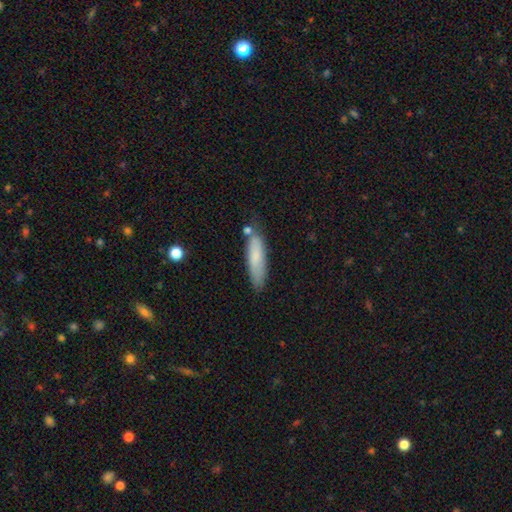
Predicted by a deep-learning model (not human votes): This is likely a smooth galaxy (79%). How rounded: likely cigar-shaped (63%). Merging: likely none (69%).